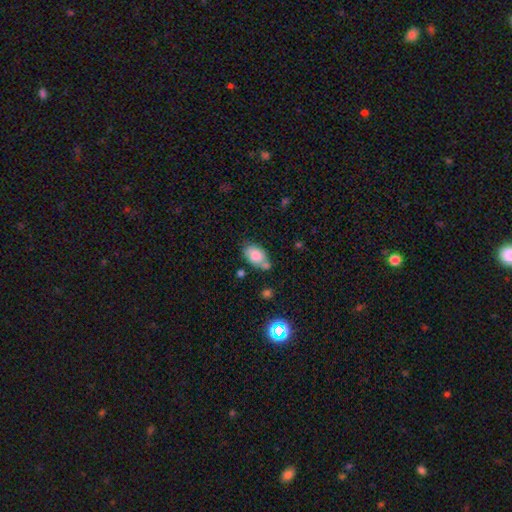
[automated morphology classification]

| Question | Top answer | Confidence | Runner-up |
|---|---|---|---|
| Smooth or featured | smooth | 82% | featured or disk (10%) |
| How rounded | in between | 89% | round (9%) |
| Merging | none | 57% | minor disturbance (21%) |